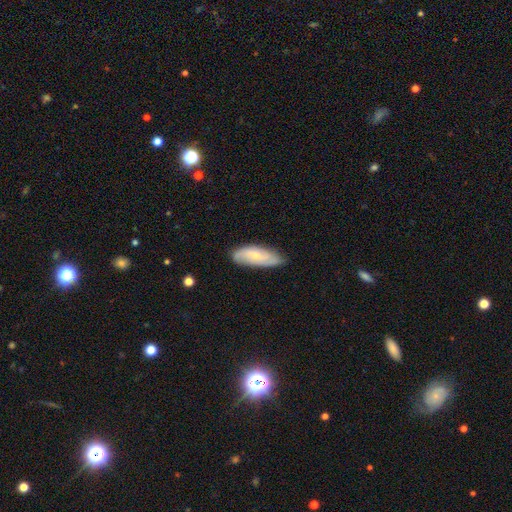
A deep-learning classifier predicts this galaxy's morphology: Overall: featured or disk (52%; smooth 42%). Edge-on disk: no (85%). Merging: none (74%).